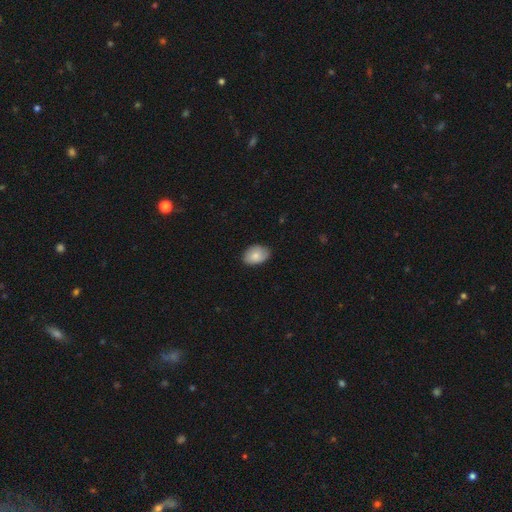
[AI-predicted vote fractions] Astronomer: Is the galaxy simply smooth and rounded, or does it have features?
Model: smooth — 77%.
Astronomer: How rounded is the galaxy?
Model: in between — 84%.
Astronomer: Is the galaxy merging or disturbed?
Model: none — 76%.